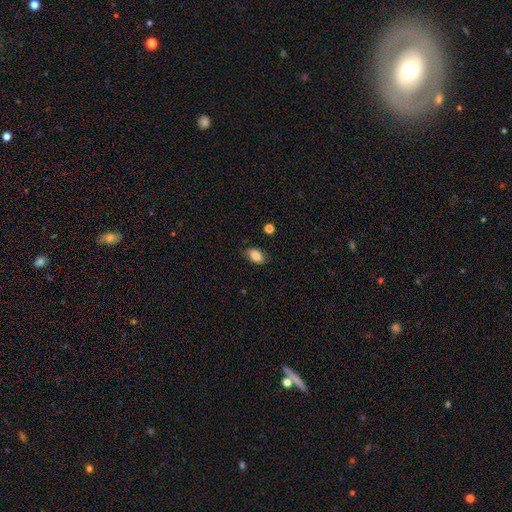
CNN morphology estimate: This is clearly a smooth galaxy (84%). How rounded: clearly in between (89%). Merging: likely none (79%).